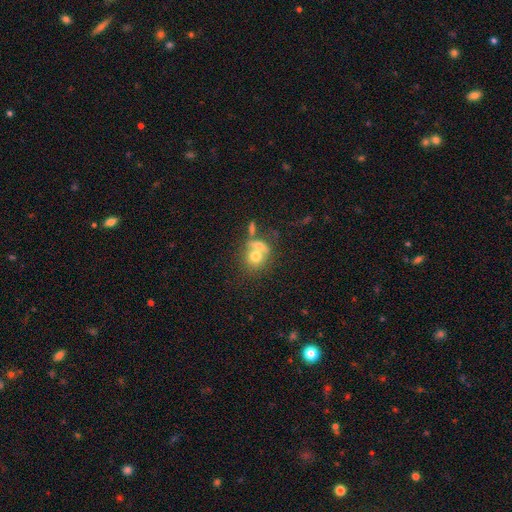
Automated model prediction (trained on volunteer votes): This is likely a smooth galaxy (67%). How rounded: likely round (71%). Merging: possibly merger (55%).